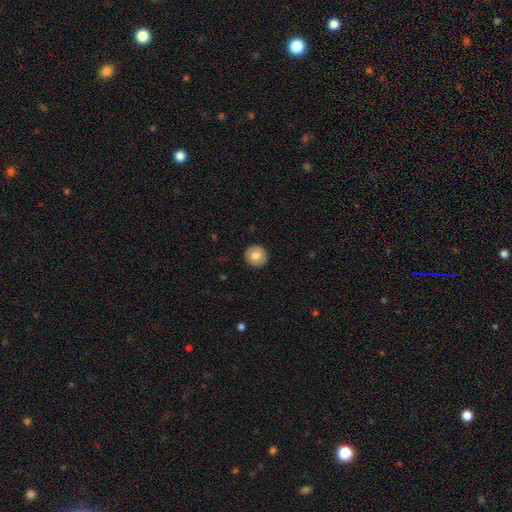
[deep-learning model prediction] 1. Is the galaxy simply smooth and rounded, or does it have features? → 71% smooth, 22% featured or disk, 7% star or artifact.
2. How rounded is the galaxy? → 92% round, 7% in between, 1% cigar-shaped.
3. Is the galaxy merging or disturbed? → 91% none, 7% minor disturbance, 2% major disturbance, 1% merger.